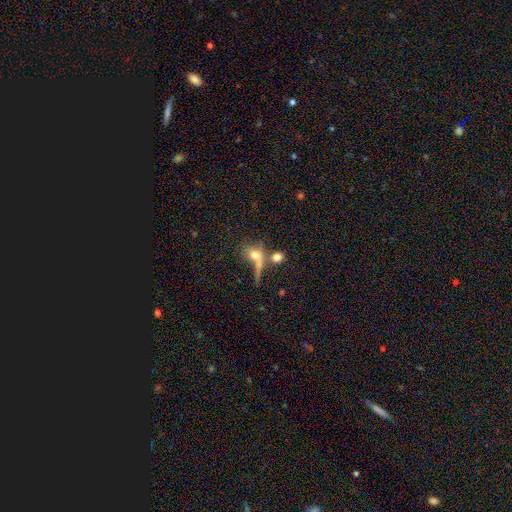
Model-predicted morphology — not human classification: Smooth or featured?
  - smooth: 59% *
  - featured or disk: 27%
  - star or artifact: 14%
How rounded?
  - round: 54% *
  - in between: 36%
  - cigar-shaped: 9%
Merging?
  - merger: 40% *
  - none: 29%
  - major disturbance: 19%
  - minor disturbance: 11%